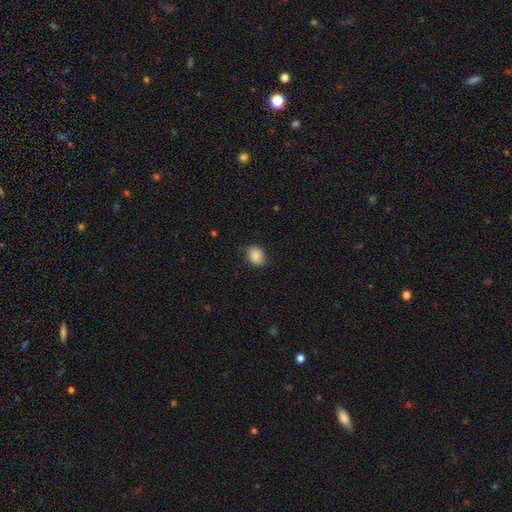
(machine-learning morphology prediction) Smooth or featured: smooth — 86% (star or artifact — 8%)
How rounded: in between — 53% (round — 46%)
Merging: none — 83% (minor disturbance — 13%)